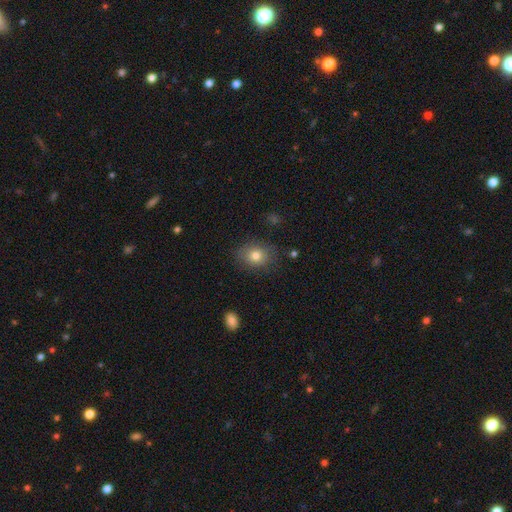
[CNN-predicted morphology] Smooth or featured? smooth (78%)
How rounded? in between (53%)
Merging? none (79%)